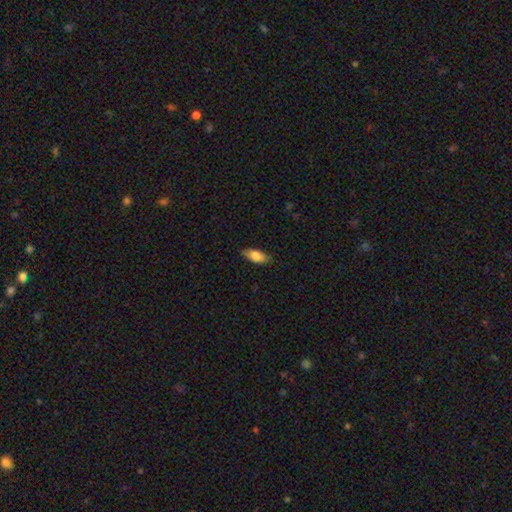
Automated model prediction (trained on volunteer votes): Smooth or featured? Predicted: smooth (p=0.79). How rounded? Predicted: in between (p=0.85). Merging? Predicted: none (p=0.83).